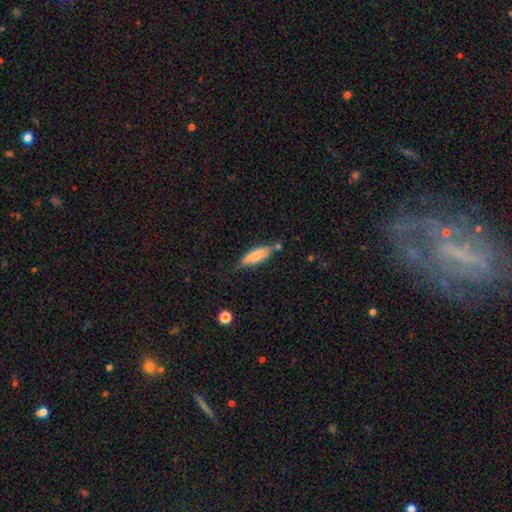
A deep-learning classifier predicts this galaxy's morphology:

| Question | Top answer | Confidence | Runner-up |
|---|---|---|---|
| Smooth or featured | smooth | 75% | featured or disk (19%) |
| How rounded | in between | 58% | cigar-shaped (40%) |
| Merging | none | 61% | minor disturbance (25%) |